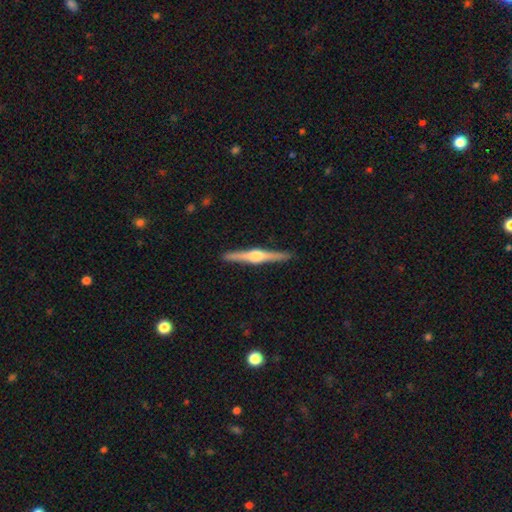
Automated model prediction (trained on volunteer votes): Smooth or featured: featured or disk — 81% (smooth — 14%)
Edge-on disk: yes — 98% (no — 2%)
Edge-on bulge: rounded — 94% (boxy — 4%)
Merging: none — 92% (minor disturbance — 6%)